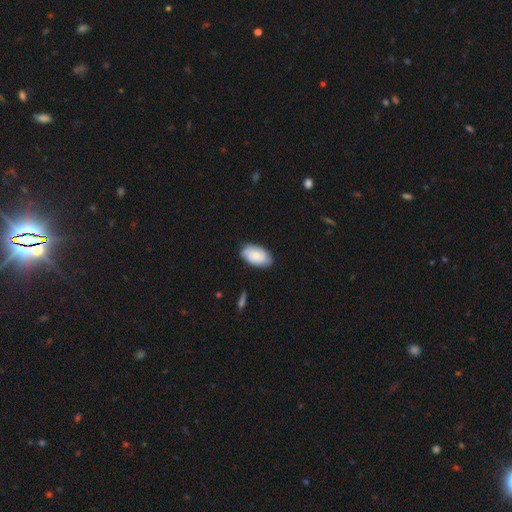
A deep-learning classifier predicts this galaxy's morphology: smooth_or_featured: smooth (p=0.74) [alt: featured or disk p=0.20]
how_rounded: in between (p=0.94) [alt: round p=0.05]
merging: none (p=0.79) [alt: minor disturbance p=0.17]